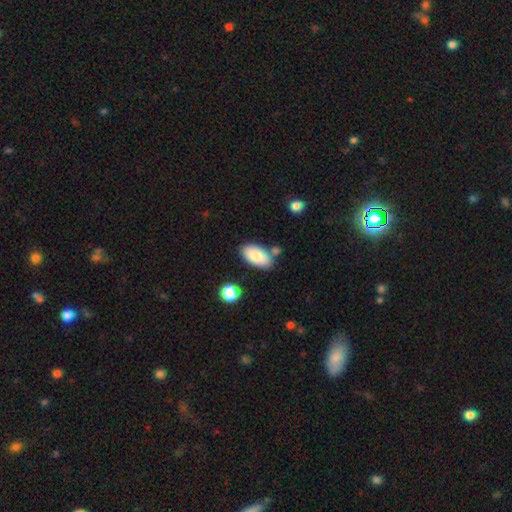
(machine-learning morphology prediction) Smooth or featured?
  - smooth: 84% *
  - featured or disk: 9%
  - star or artifact: 7%
How rounded?
  - in between: 94% *
  - cigar-shaped: 3%
  - round: 3%
Merging?
  - none: 74% *
  - minor disturbance: 13%
  - merger: 9%
  - major disturbance: 3%